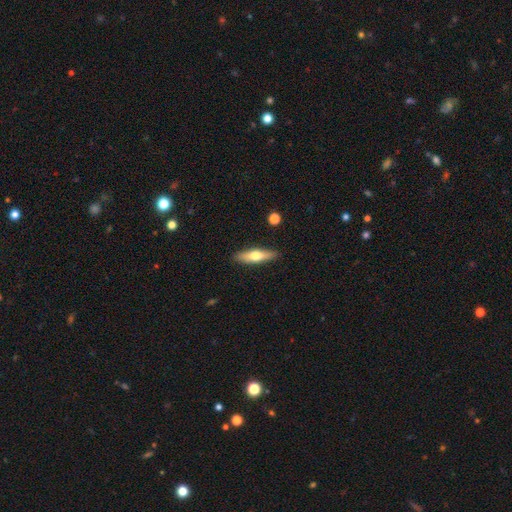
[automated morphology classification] This is possibly a smooth galaxy (55%). How rounded: likely cigar-shaped (65%). Merging: clearly none (88%).